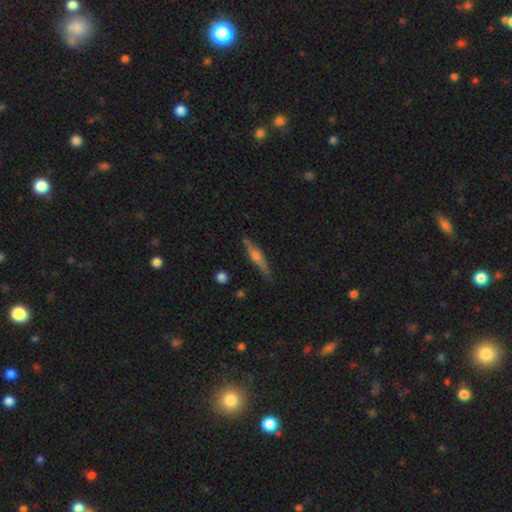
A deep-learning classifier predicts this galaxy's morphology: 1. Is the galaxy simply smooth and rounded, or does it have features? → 63% featured or disk, 30% smooth, 7% star or artifact.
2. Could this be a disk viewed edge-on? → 96% yes, 4% no.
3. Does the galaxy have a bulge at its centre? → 84% rounded, 8% none, 8% boxy.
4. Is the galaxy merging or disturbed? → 84% none, 12% minor disturbance, 2% major disturbance, 2% merger.